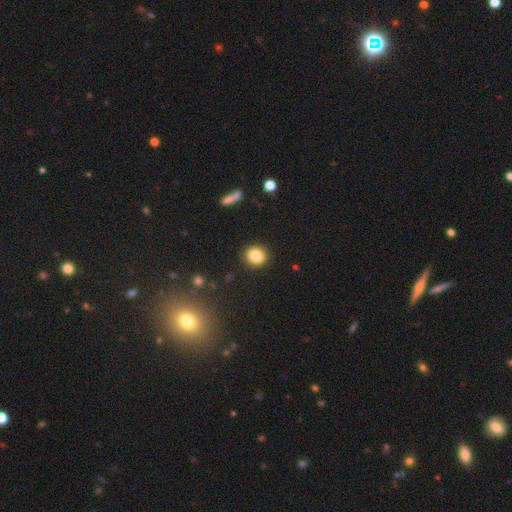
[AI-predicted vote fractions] Smooth or featured?
  - smooth: 84% *
  - star or artifact: 10%
  - featured or disk: 6%
How rounded?
  - round: 82% *
  - in between: 17%
  - cigar-shaped: 1%
Merging?
  - none: 90% *
  - minor disturbance: 7%
  - major disturbance: 2%
  - merger: 1%